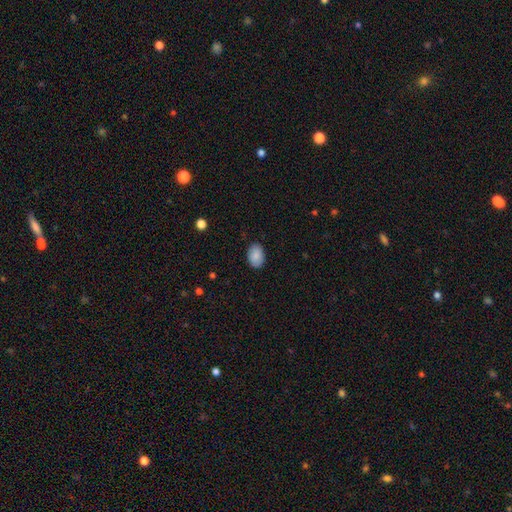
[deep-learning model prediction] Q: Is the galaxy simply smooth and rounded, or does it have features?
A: smooth — 89%.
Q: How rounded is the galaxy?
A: in between — 86%.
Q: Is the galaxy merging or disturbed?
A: none — 87%.